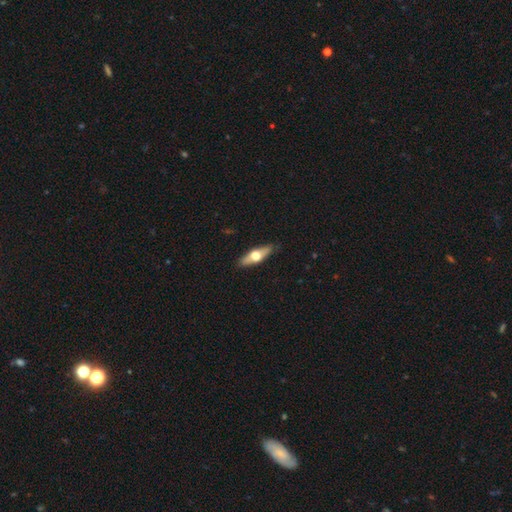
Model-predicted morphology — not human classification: The model was most divided on "smooth or featured": featured or disk: 51%, smooth: 44%, star or artifact: 5%. More confident: merging — none (87%); edge-on disk — yes (86%).